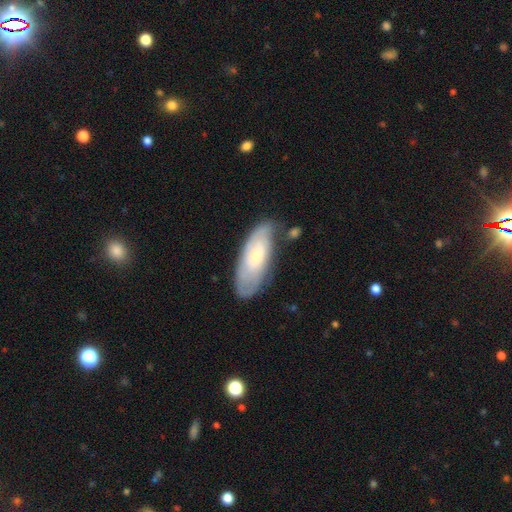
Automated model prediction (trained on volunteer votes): A smooth galaxy with no disk features (47%, tied with featured or disk). Merging: none (65%).